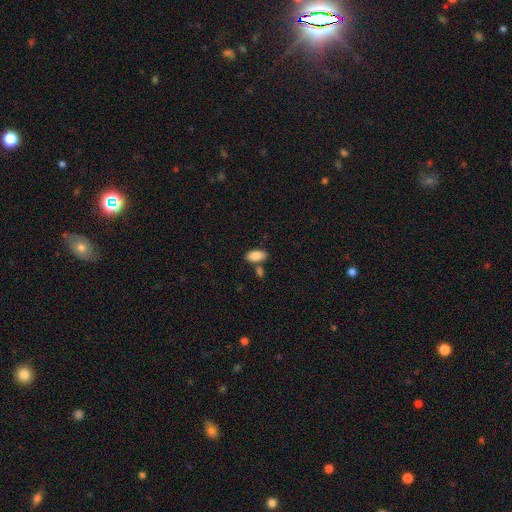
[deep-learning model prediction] Smooth or featured?
  - smooth: 87% *
  - star or artifact: 7%
  - featured or disk: 6%
How rounded?
  - in between: 93% *
  - cigar-shaped: 4%
  - round: 3%
Merging?
  - none: 70% *
  - merger: 16%
  - minor disturbance: 11%
  - major disturbance: 3%